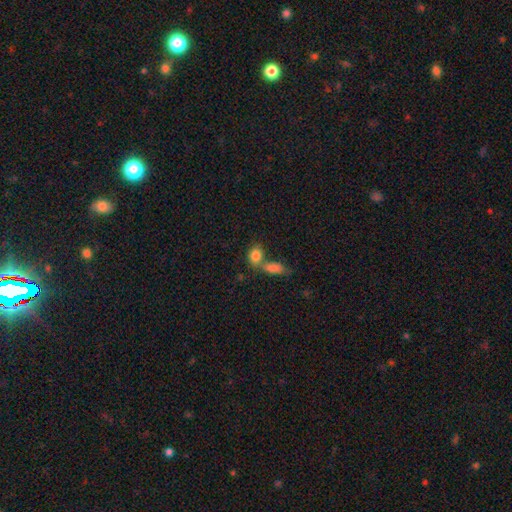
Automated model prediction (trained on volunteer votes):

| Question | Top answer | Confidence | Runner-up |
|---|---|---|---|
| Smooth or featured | smooth | 83% | star or artifact (9%) |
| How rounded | in between | 68% | round (29%) |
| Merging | merger | 47% | none (39%) |